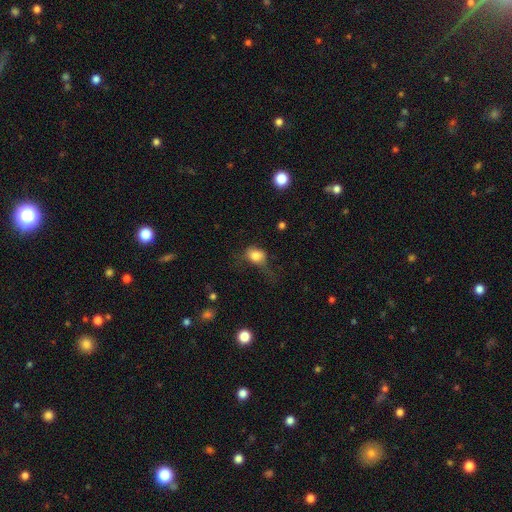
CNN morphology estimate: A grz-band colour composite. It shows a smooth galaxy with no disk features (77%) that is in between round and cigar-shaped (55%). Merging: major disturbance (39%).